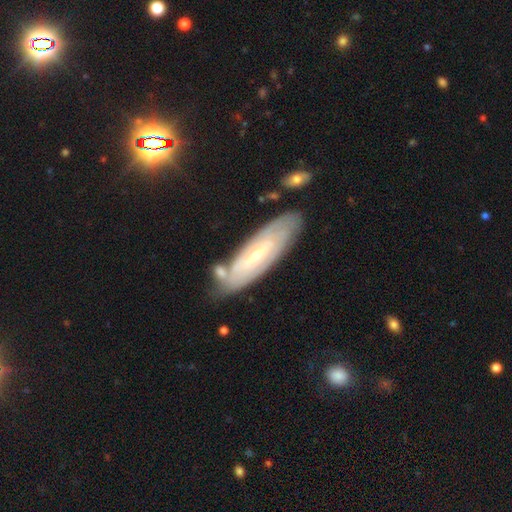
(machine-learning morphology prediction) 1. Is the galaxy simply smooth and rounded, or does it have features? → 70% featured or disk, 23% smooth, 7% star or artifact.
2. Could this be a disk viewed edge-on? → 80% no, 20% yes.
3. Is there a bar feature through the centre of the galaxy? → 53% no, 35% weak, 12% strong.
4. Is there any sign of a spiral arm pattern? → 78% yes, 22% no.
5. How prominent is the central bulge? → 65% small, 32% moderate, 1% large, 1% none, 1% dominant.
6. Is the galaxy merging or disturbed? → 73% none, 16% minor disturbance, 7% merger, 4% major disturbance.